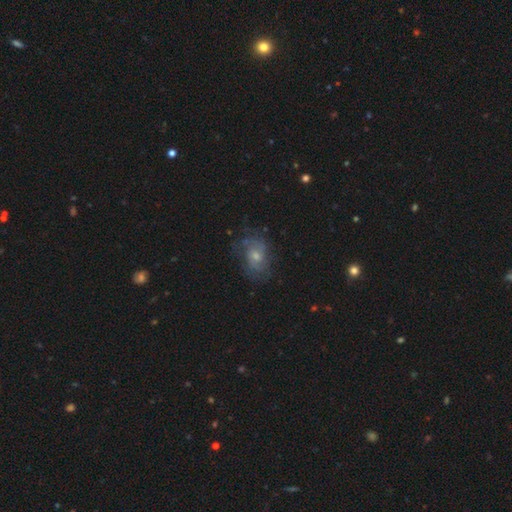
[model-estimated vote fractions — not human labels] Smooth or featured: featured or disk — 51% (smooth — 31%)
Edge-on disk: no — 95% (yes — 5%)
Merging: none — 69% (minor disturbance — 19%)